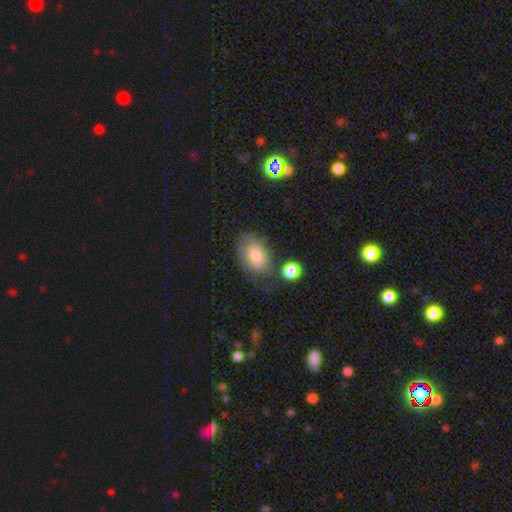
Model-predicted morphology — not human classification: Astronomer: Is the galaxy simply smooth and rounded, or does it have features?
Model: smooth — 70%.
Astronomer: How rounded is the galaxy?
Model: in between — 84%.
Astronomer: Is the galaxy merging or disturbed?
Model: none — 58%.